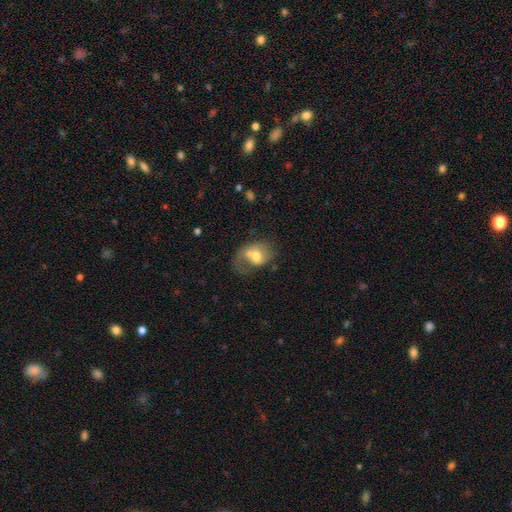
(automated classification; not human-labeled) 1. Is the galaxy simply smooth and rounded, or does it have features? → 47% smooth, 45% featured or disk, 8% star or artifact.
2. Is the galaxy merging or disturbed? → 31% merger, 26% none, 24% major disturbance, 18% minor disturbance.